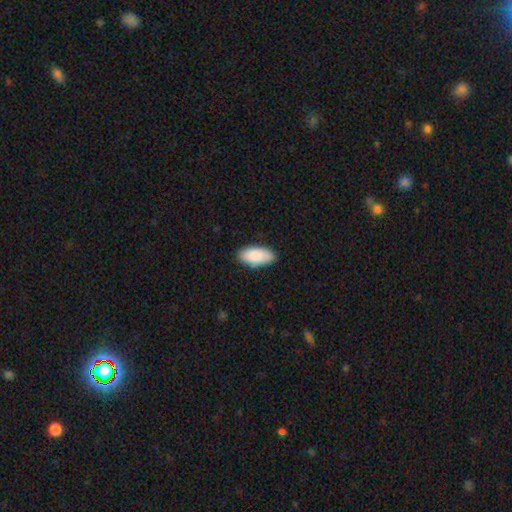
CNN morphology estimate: Smooth or featured? smooth (88%)
How rounded? in between (90%)
Merging? none (83%)